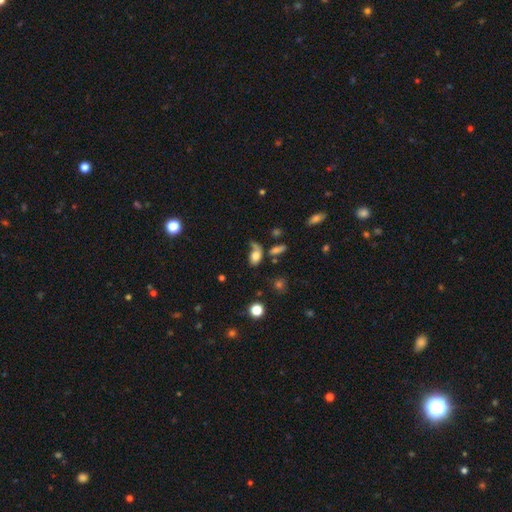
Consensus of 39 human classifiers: A smooth galaxy with no disk features (62%) that is in between round and cigar-shaped (88%).

Vote fractions:
- Smooth or featured? smooth: 62% / featured or disk: 31% / star or artifact: 8%
- How rounded? in between: 88% / round: 8% / cigar-shaped: 4%
- Merging? major disturbance: 47% / minor disturbance: 28% / none: 17% / merger: 8%